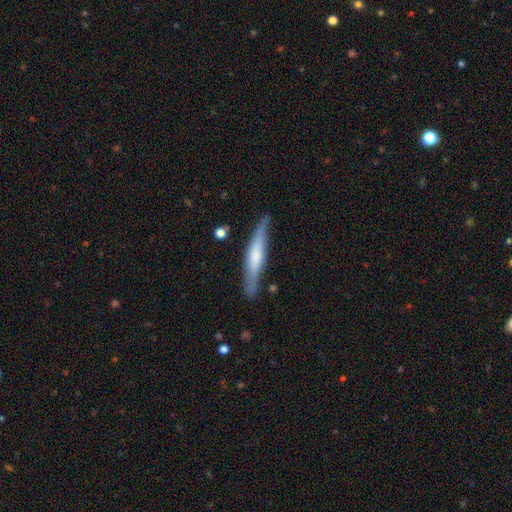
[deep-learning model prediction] Smooth or featured: featured or disk — 54% (smooth — 41%)
Edge-on disk: yes — 93% (no — 7%)
Merging: none — 81% (minor disturbance — 14%)